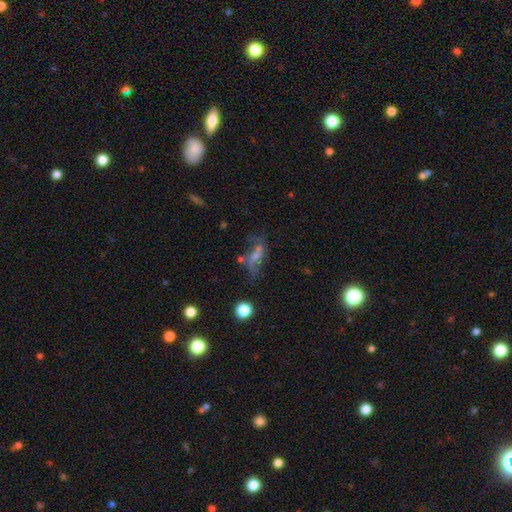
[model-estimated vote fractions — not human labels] Q: Smooth or featured?
A: featured or disk (47%); runner-up: smooth (30%)
Q: Merging?
A: none (47%); runner-up: major disturbance (20%)